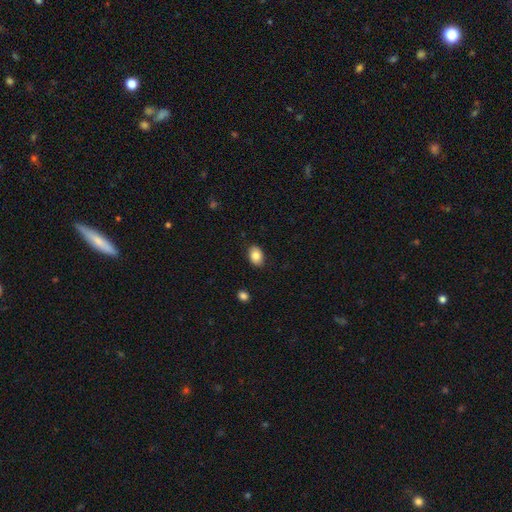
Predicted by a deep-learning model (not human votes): Morphology: type=smooth (85%); roundness=in between (83%); merging=none (87%).